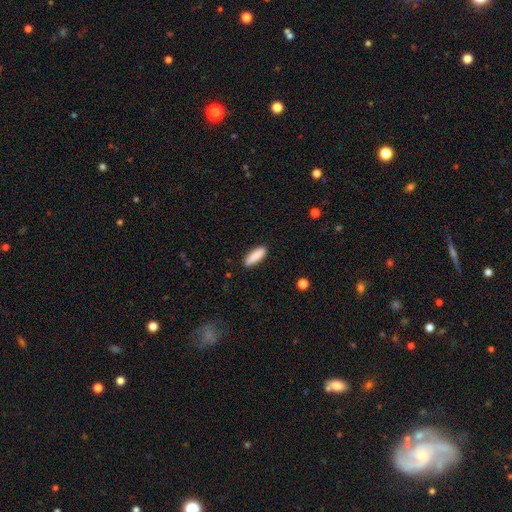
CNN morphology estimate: Smooth or featured? smooth (87%)
How rounded? cigar-shaped (54%)
Merging? none (88%)